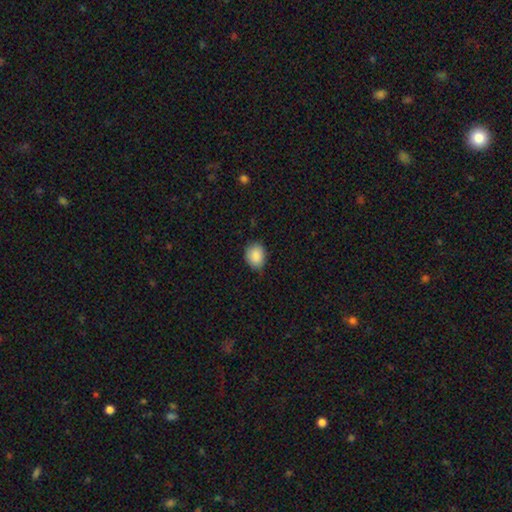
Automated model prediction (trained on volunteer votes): A smooth galaxy with no disk features (88%) that is round (53%). Merging: none (69%).